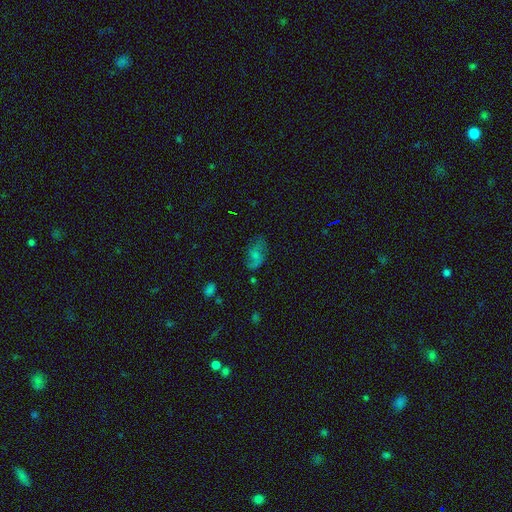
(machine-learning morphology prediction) smooth 45%, featured or disk 41%, star or artifact 14%. Down the decision tree: merging — none (53%).